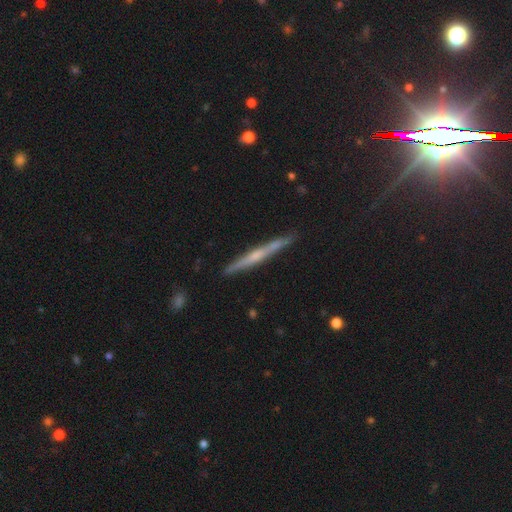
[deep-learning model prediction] The model was most divided on "edge-on bulge": rounded: 54%, none: 36%, boxy: 10%. More confident: edge-on disk — yes (98%); merging — none (88%); smooth or featured — featured or disk (65%).